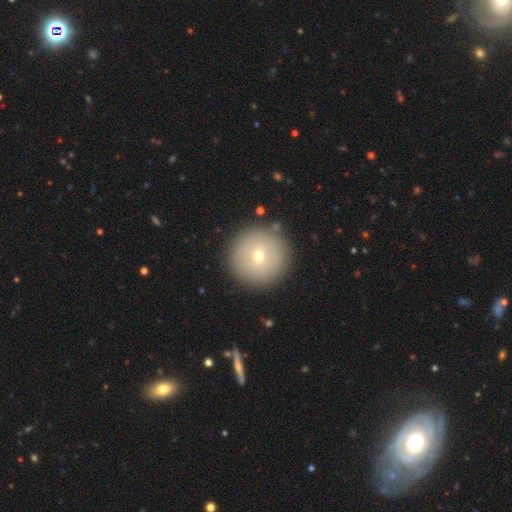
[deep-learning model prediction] Smooth or featured: smooth — 68% (featured or disk — 18%)
How rounded: round — 97% (in between — 2%)
Merging: none — 91% (minor disturbance — 6%)